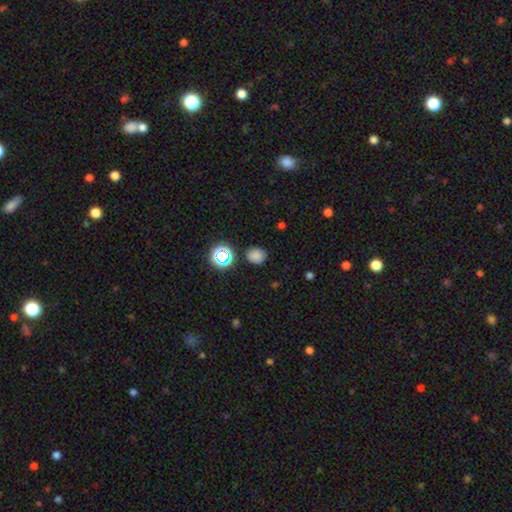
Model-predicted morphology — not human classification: This appears to be a smooth galaxy with no disk features (76%) that is round (77%). Merging: none (83%).